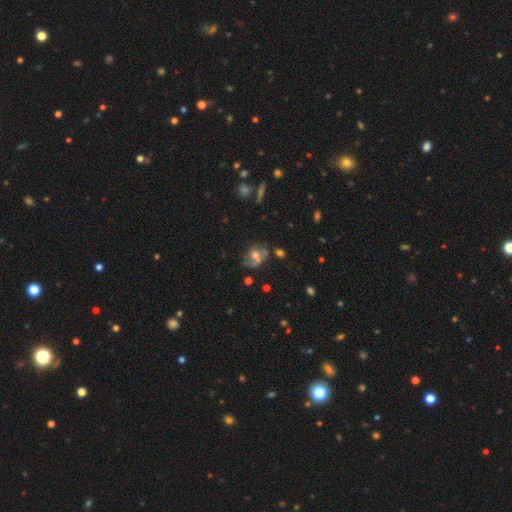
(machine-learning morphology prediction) Q: Smooth or featured?
A: featured or disk (44%); runner-up: smooth (43%)
Q: Merging?
A: none (44%); runner-up: minor disturbance (25%)